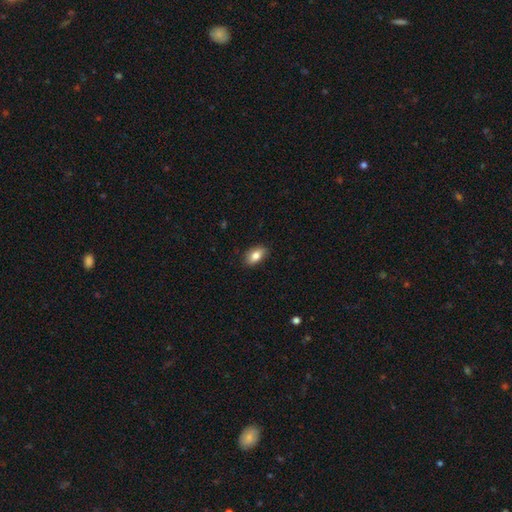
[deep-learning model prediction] Q: Smooth or featured?
A: smooth (83%); runner-up: featured or disk (9%)
Q: How rounded?
A: in between (90%); runner-up: round (7%)
Q: Merging?
A: none (86%); runner-up: minor disturbance (11%)